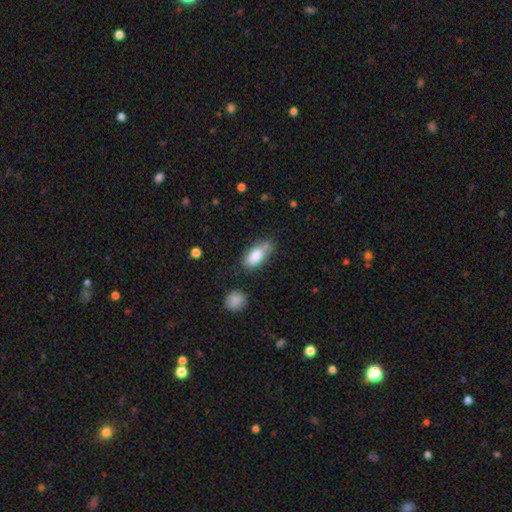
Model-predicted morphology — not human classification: Q: Smooth or featured?
A: smooth (82%); runner-up: featured or disk (11%)
Q: How rounded?
A: in between (86%); runner-up: cigar-shaped (11%)
Q: Merging?
A: none (52%); runner-up: minor disturbance (28%)